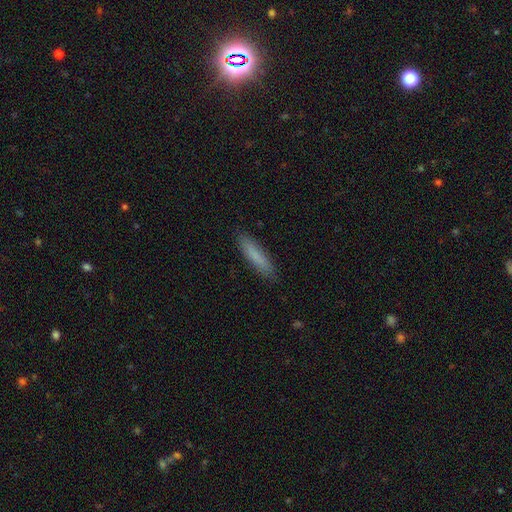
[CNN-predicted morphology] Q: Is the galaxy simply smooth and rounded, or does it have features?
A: smooth — 82%.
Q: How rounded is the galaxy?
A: cigar-shaped — 85%.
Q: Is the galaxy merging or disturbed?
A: none — 89%.